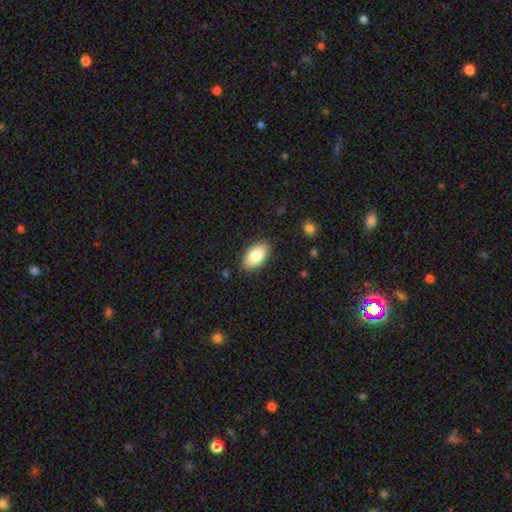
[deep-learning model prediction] Smooth or featured?
  - smooth: 82% *
  - featured or disk: 12%
  - star or artifact: 7%
How rounded?
  - in between: 93% *
  - round: 5%
  - cigar-shaped: 2%
Merging?
  - none: 86% *
  - minor disturbance: 10%
  - major disturbance: 2%
  - merger: 1%